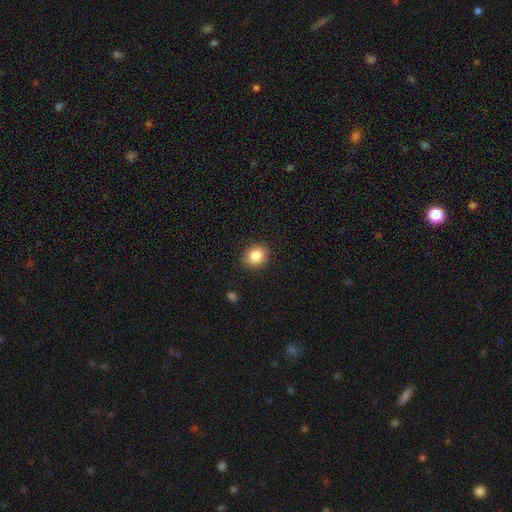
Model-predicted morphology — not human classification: Q: Smooth or featured?
A: smooth (85%); runner-up: star or artifact (9%)
Q: How rounded?
A: round (63%); runner-up: in between (36%)
Q: Merging?
A: none (88%); runner-up: minor disturbance (9%)